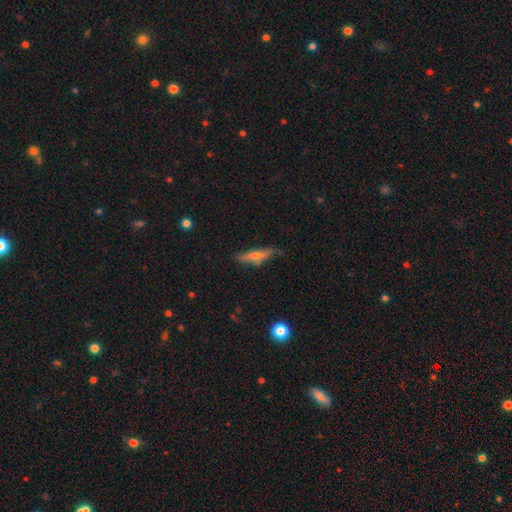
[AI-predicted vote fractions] Smooth or featured?
  - smooth: 48% *
  - featured or disk: 45%
  - star or artifact: 7%
Merging?
  - none: 67% *
  - minor disturbance: 25%
  - major disturbance: 6%
  - merger: 3%